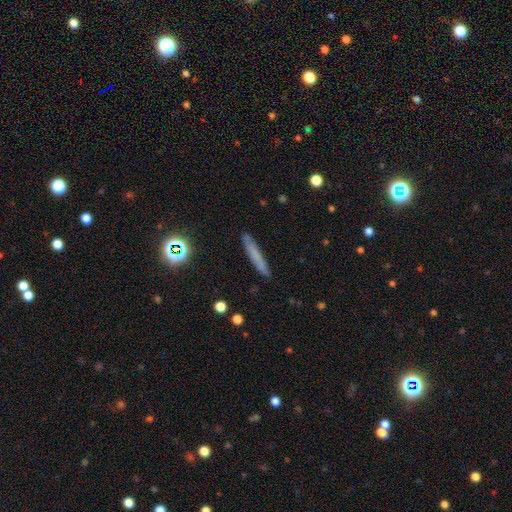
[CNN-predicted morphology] smooth-or-featured: smooth: 64% | featured or disk: 23% | star or artifact: 12%
  how-rounded: cigar-shaped: 94% | in between: 4% | round: 2%
  merging: none: 86% | minor disturbance: 10% | major disturbance: 2% | merger: 1%